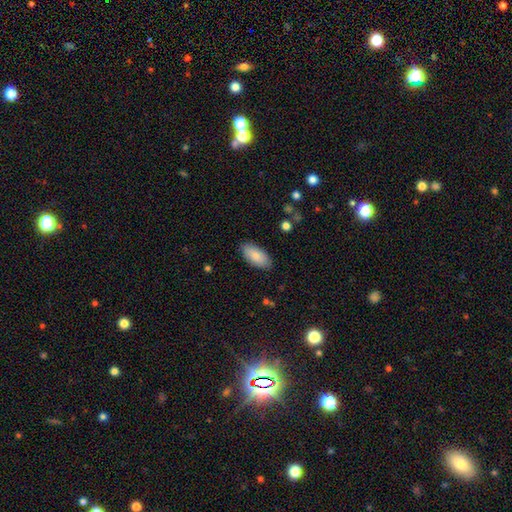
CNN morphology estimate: Smooth or featured?
  - smooth: 85% *
  - featured or disk: 9%
  - star or artifact: 6%
How rounded?
  - in between: 93% *
  - cigar-shaped: 5%
  - round: 2%
Merging?
  - none: 86% *
  - minor disturbance: 10%
  - major disturbance: 2%
  - merger: 1%